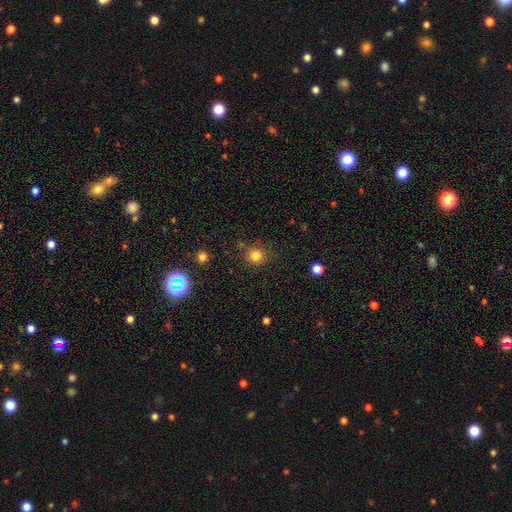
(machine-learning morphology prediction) Smooth or featured? Predicted: smooth (p=0.81). How rounded? Predicted: round (p=0.91). Merging? Predicted: none (p=0.84).